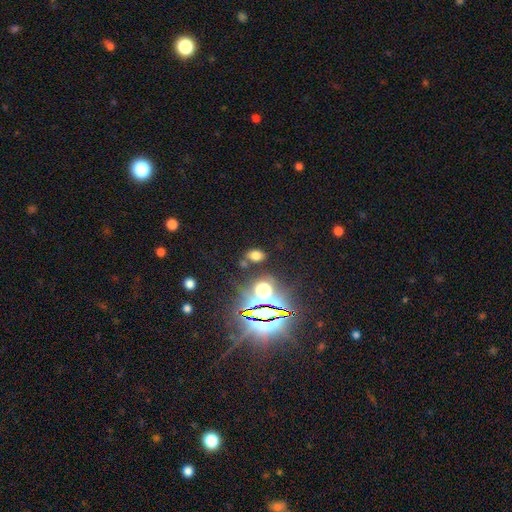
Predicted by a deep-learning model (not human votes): smooth-or-featured: smooth: 60% | star or artifact: 32% | featured or disk: 8%
  how-rounded: in between: 75% | round: 24% | cigar-shaped: 2%
  merging: none: 74% | minor disturbance: 13% | merger: 8% | major disturbance: 5%